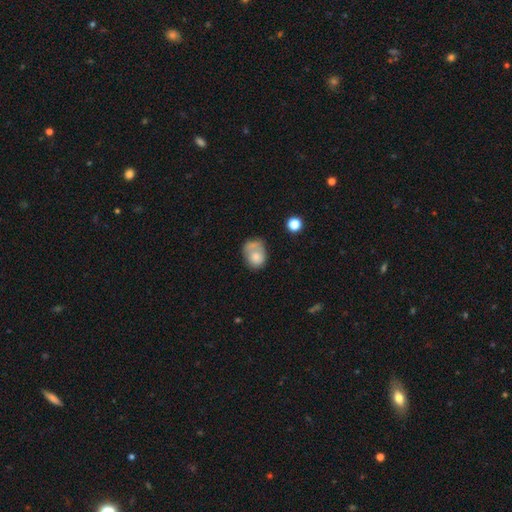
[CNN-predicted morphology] Smooth or featured: smooth — 72% (featured or disk — 19%)
How rounded: in between — 56% (round — 43%)
Merging: merger — 33% (none — 30%)